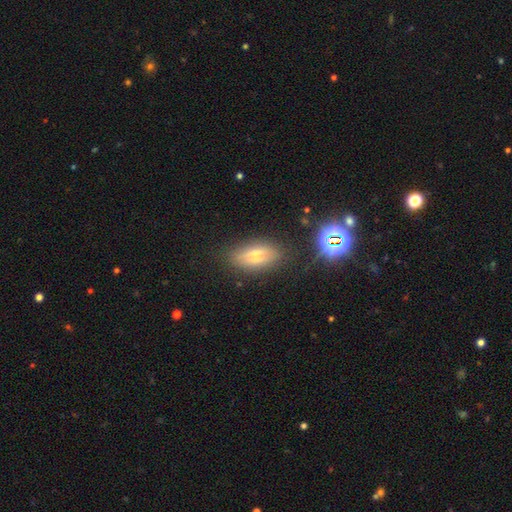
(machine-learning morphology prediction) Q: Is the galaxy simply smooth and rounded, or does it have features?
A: smooth — 62%.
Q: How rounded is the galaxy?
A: in between — 82%.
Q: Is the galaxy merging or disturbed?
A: none — 73%.